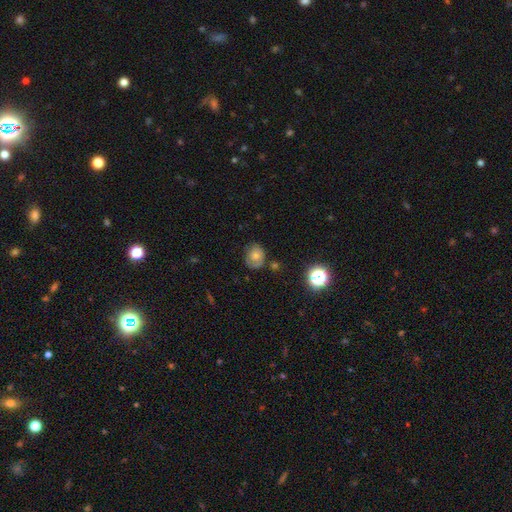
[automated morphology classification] The model was most divided on "how rounded": round: 63%, in between: 36%, cigar-shaped: 1%. More confident: merging — none (64%); smooth or featured — smooth (62%).